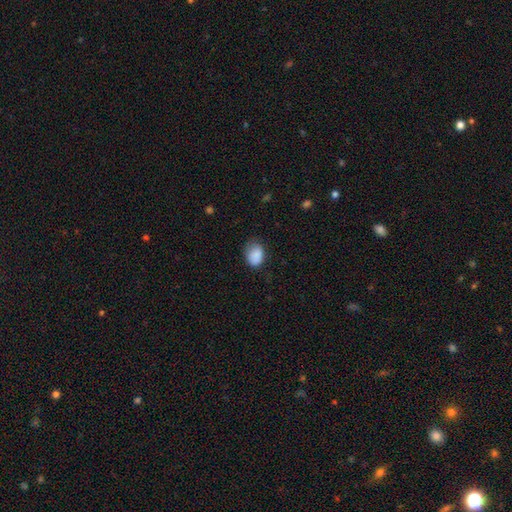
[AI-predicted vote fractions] Q: Smooth or featured?
A: smooth (87%); runner-up: star or artifact (8%)
Q: How rounded?
A: in between (72%); runner-up: round (27%)
Q: Merging?
A: none (58%); runner-up: minor disturbance (32%)